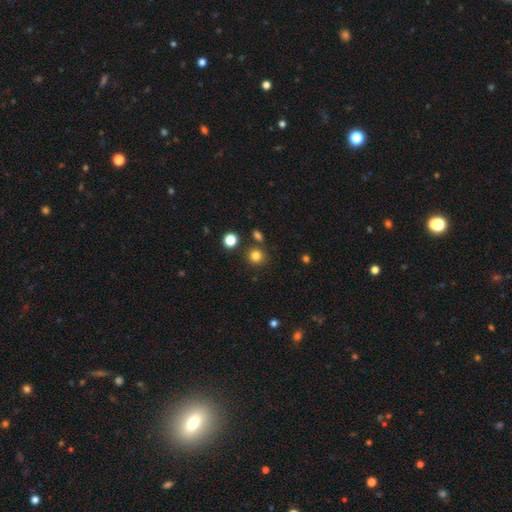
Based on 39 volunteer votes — This is clearly a smooth galaxy (85%). How rounded: clearly round (91%). Merging: clearly none (86%).